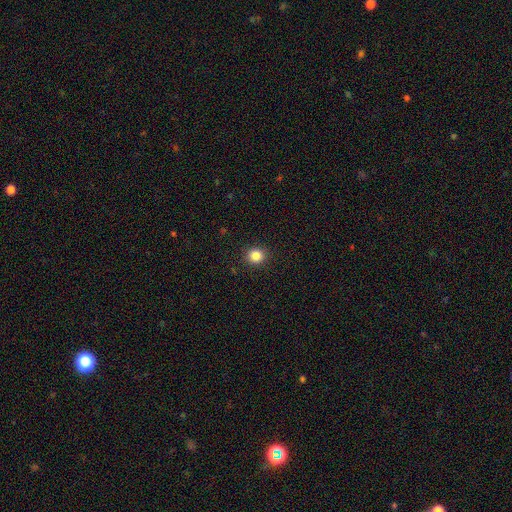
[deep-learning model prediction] This is clearly a smooth galaxy (85%). How rounded: clearly round (87%). Merging: clearly none (91%).